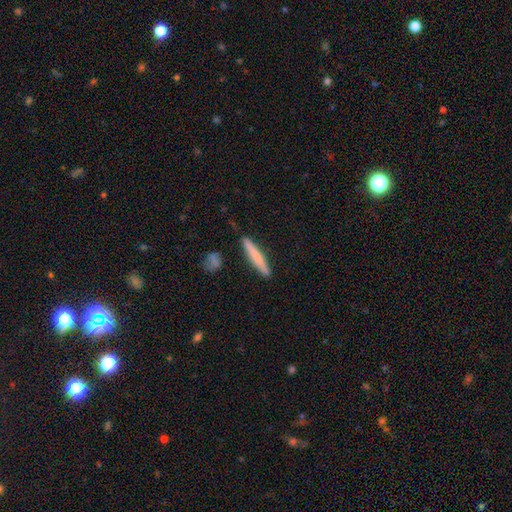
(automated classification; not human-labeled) smooth-or-featured: smooth: 71% | featured or disk: 23% | star or artifact: 5%
  how-rounded: cigar-shaped: 95% | in between: 4% | round: 1%
  merging: none: 88% | minor disturbance: 9% | merger: 2% | major disturbance: 2%